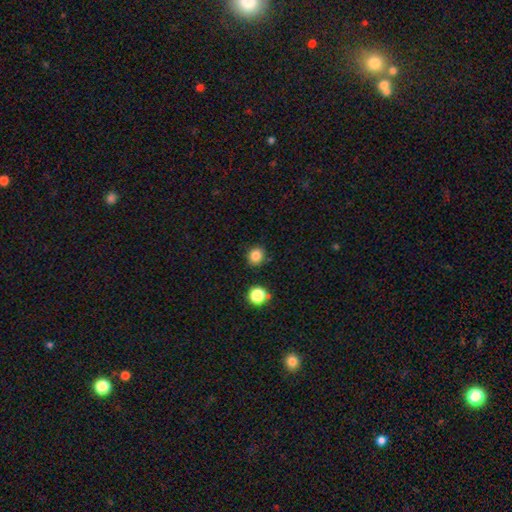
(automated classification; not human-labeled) Smooth or featured: smooth — 83% (star or artifact — 13%)
How rounded: round — 83% (in between — 16%)
Merging: none — 87% (minor disturbance — 8%)